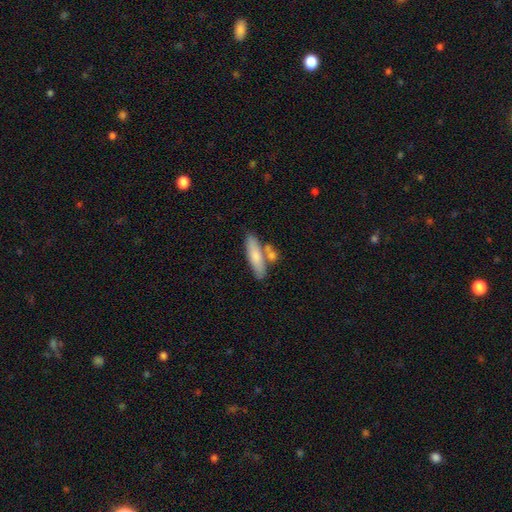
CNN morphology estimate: smooth-or-featured: smooth: 74% | featured or disk: 21% | star or artifact: 6%
  how-rounded: cigar-shaped: 62% | in between: 35% | round: 2%
  merging: none: 63% | merger: 20% | minor disturbance: 14% | major disturbance: 4%